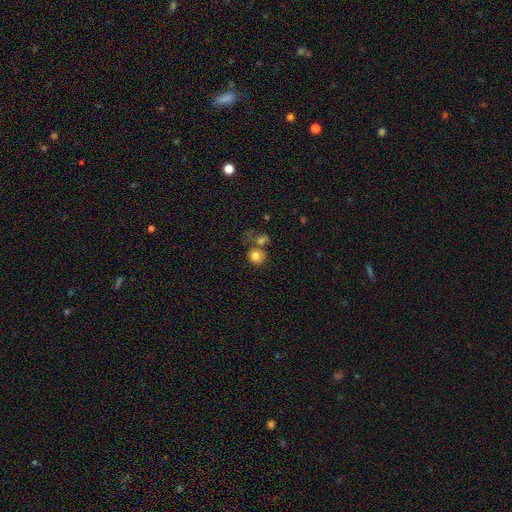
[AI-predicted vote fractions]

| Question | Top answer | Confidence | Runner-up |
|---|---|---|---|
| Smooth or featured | smooth | 80% | featured or disk (10%) |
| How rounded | round | 83% | in between (16%) |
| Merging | none | 49% | merger (33%) |